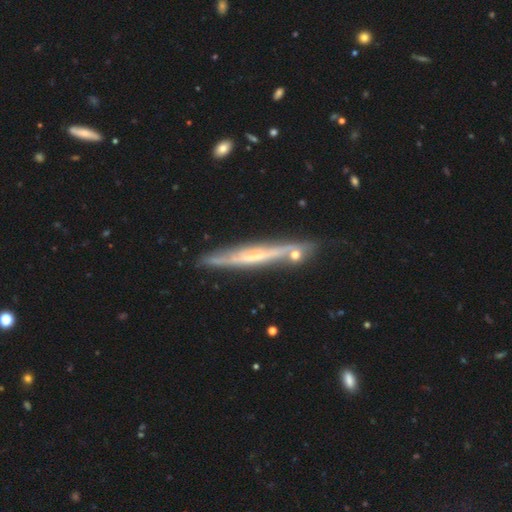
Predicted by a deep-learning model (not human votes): Morphology: type=featured or disk (68%); edge-on=yes (92%); edge-on bulge=none (66%); merging=none (78%).